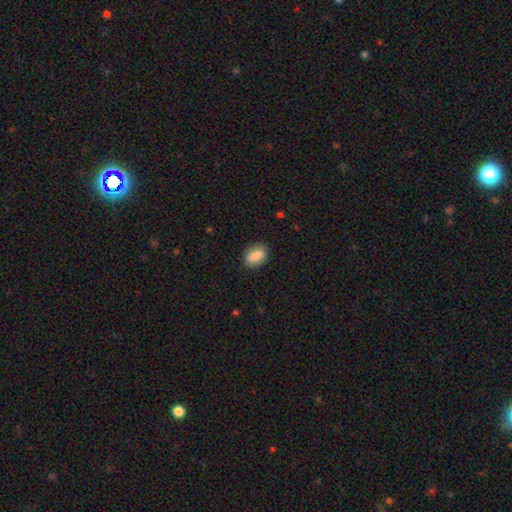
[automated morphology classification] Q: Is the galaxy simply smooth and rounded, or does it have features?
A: smooth — 86%.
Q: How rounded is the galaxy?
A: in between — 84%.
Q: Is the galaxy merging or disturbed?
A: none — 86%.